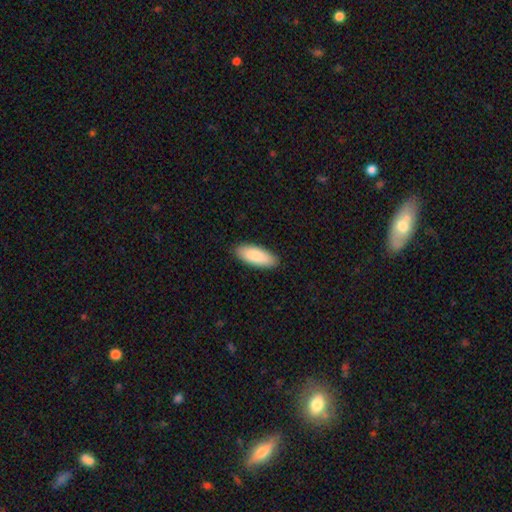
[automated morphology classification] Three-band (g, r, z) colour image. It shows a smooth galaxy with no disk features (88%) that is in between round and cigar-shaped (79%). Merging: none (89%).